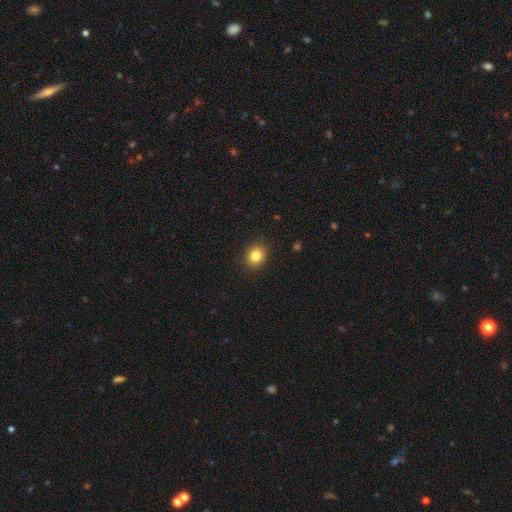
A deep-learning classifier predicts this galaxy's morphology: Overall: smooth (84%). How rounded: round (57%; in between 42%). Merging: none (89%).